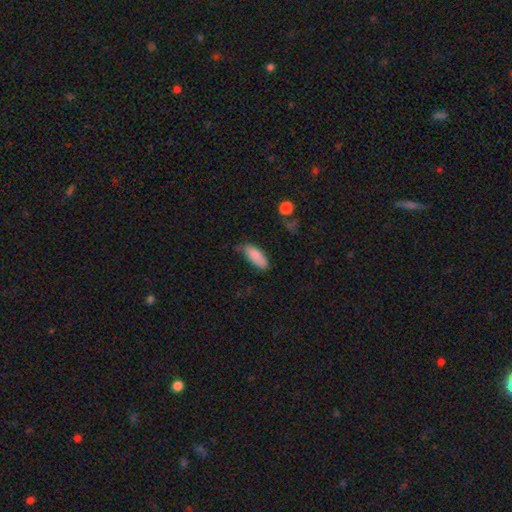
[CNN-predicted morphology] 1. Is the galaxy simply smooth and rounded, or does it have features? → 85% smooth, 8% featured or disk, 7% star or artifact.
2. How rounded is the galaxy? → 81% in between, 17% cigar-shaped, 2% round.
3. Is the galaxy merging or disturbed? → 52% none, 36% minor disturbance, 9% major disturbance, 3% merger.